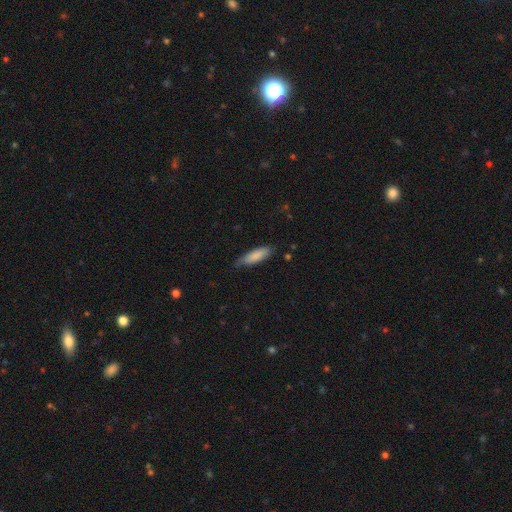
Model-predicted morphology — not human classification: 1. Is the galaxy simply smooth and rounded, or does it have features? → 84% smooth, 10% featured or disk, 6% star or artifact.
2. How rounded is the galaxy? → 50% cigar-shaped, 48% in between, 1% round.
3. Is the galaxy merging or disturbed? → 67% none, 27% minor disturbance, 5% major disturbance, 1% merger.